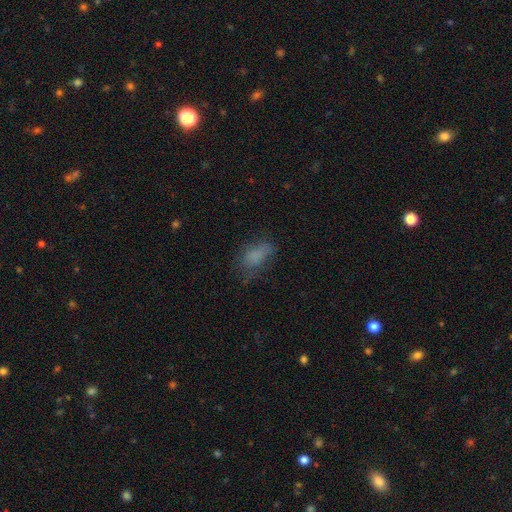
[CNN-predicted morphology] smooth_or_featured: smooth (p=0.72) [alt: featured or disk p=0.14]
how_rounded: in between (p=0.86) [alt: round p=0.09]
merging: none (p=0.50) [alt: minor disturbance p=0.27]